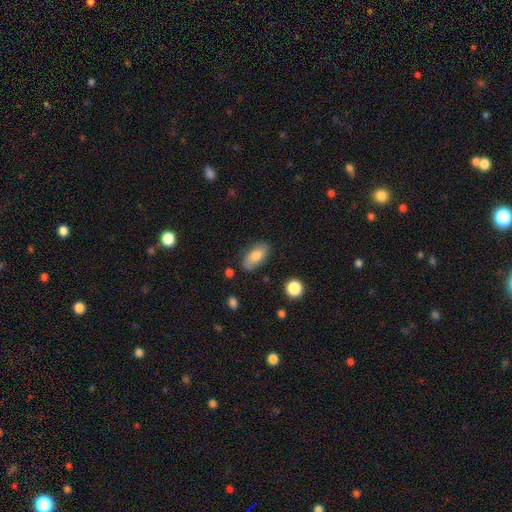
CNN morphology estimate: This is likely a smooth galaxy (76%). How rounded: clearly in between (90%). Merging: likely none (78%).